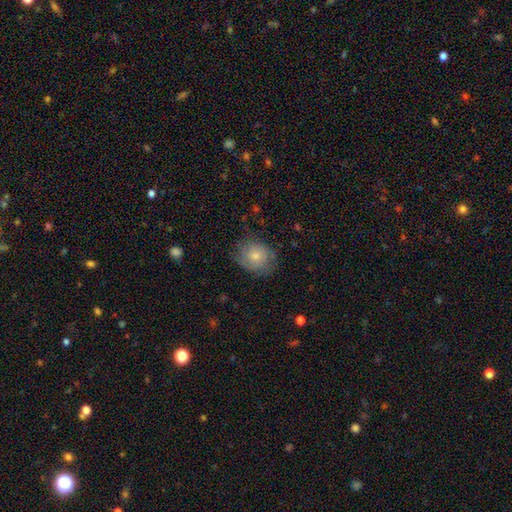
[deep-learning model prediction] Overall: smooth (69%). How rounded: round (70%). Merging: none (67%).